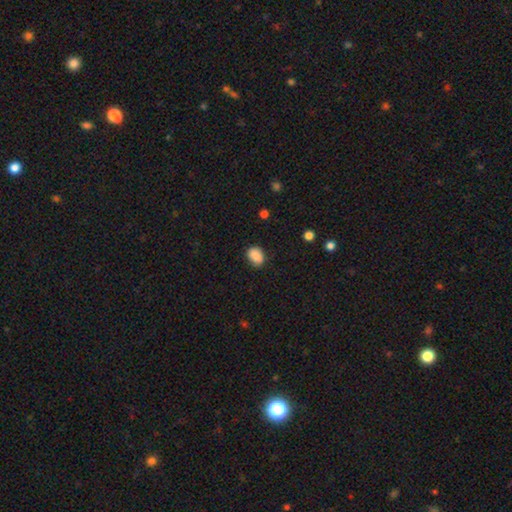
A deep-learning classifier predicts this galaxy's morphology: A smooth galaxy with no disk features (88%) that is in between round and cigar-shaped (69%).

Vote fractions:
- Smooth or featured? smooth: 88% / star or artifact: 8% / featured or disk: 4%
- How rounded? in between: 69% / round: 30% / cigar-shaped: 1%
- Merging? none: 80% / minor disturbance: 16% / major disturbance: 3% / merger: 1%